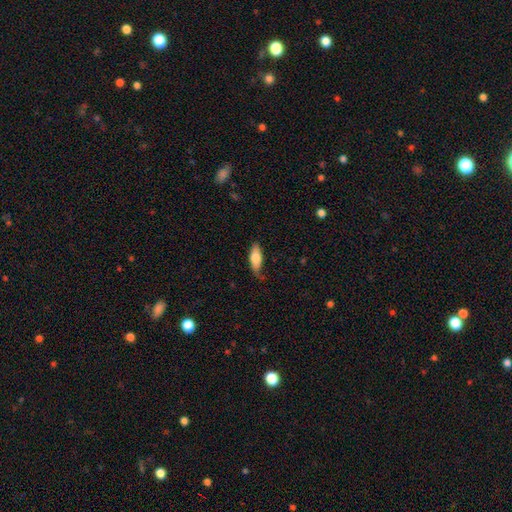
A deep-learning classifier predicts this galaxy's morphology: This appears to be a smooth galaxy with no disk features (71%) that is in between round and cigar-shaped (70%). Merging: none (58%).